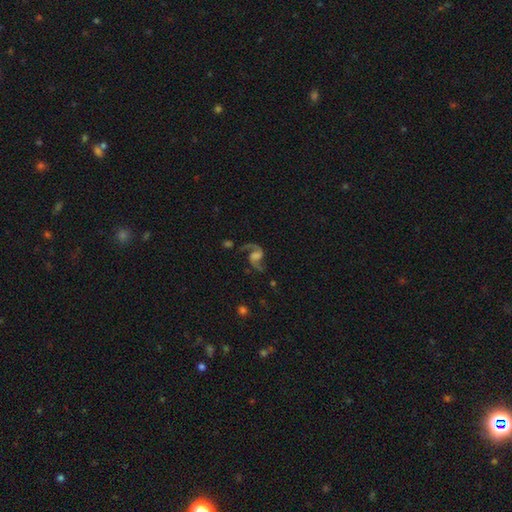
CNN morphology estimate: A featured or disk galaxy (89%) with a weak bar (44%), 2 (93%) loose (62%) spiral arms (98%) and no central bulge (42%). Merging: none (69%).